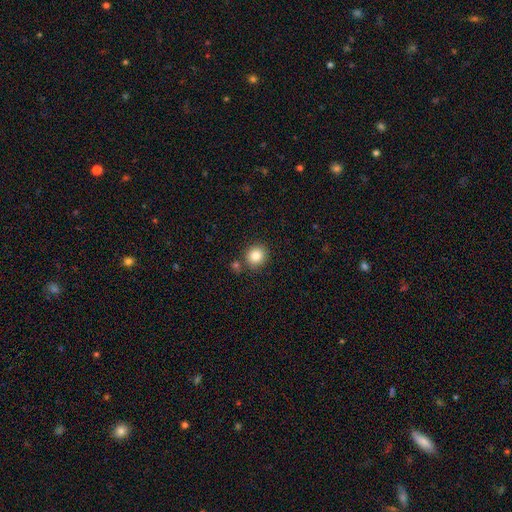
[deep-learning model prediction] smooth 84%, star or artifact 10%, featured or disk 6%. Down the decision tree: how rounded — round (84%); merging — none (82%).